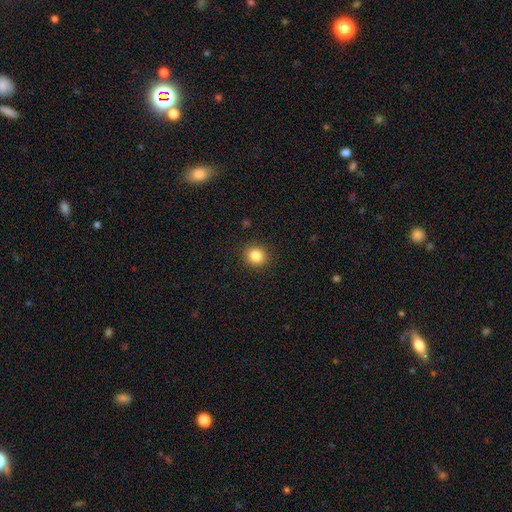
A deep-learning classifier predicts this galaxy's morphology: This is clearly a smooth galaxy (85%). How rounded: clearly round (83%). Merging: clearly none (91%).